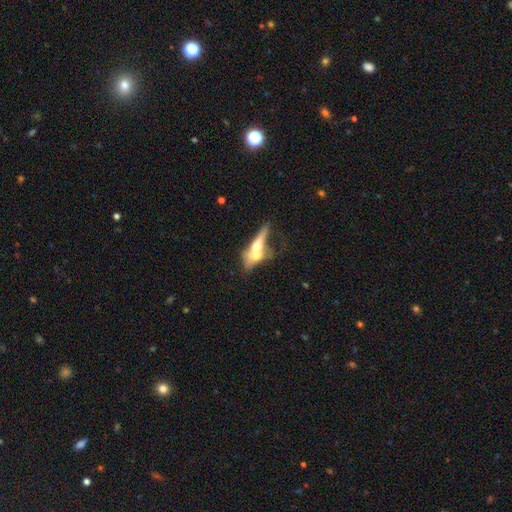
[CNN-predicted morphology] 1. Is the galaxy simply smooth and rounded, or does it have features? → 46% smooth (tied), 46% featured or disk (tied), 8% star or artifact.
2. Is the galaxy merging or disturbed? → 57% merger, 20% none, 12% major disturbance, 11% minor disturbance.